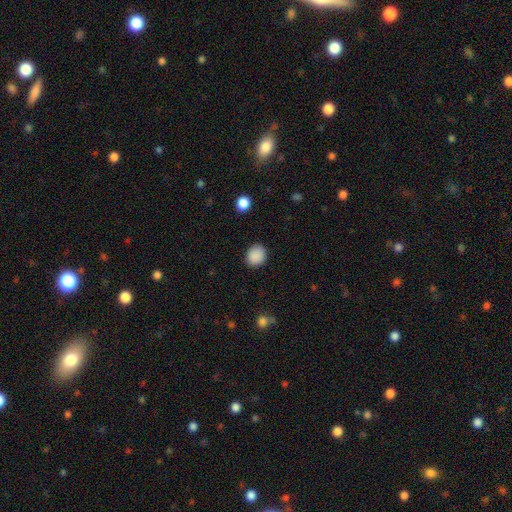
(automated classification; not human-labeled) smooth 89%, star or artifact 9%, featured or disk 3%. Down the decision tree: how rounded — round (70%); merging — none (88%).